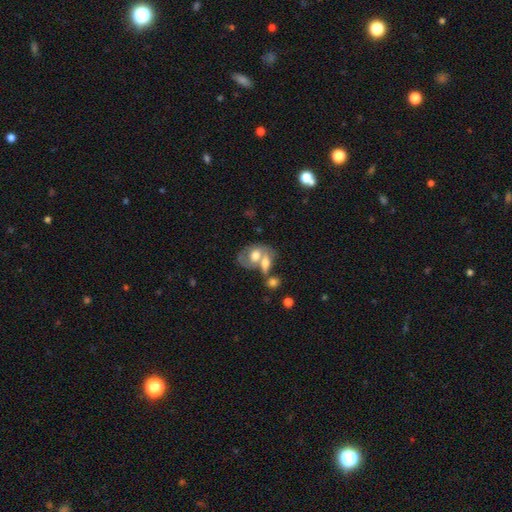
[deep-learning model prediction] Smooth or featured? smooth (52%)
How rounded? in between (75%)
Merging? merger (58%)